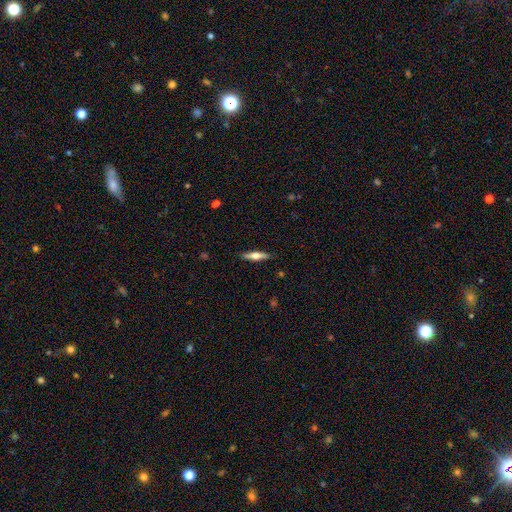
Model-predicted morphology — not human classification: The model was most divided on "smooth or featured": featured or disk: 49%, smooth: 46%, star or artifact: 6%. More confident: merging — none (89%).